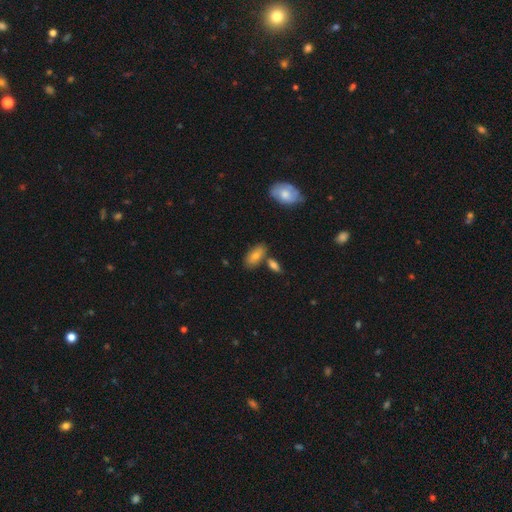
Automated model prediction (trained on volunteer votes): A smooth galaxy with no disk features (73%) that is in between round and cigar-shaped (89%).

Vote fractions:
- Smooth or featured? smooth: 73% / featured or disk: 19% / star or artifact: 8%
- How rounded? in between: 89% / cigar-shaped: 7% / round: 4%
- Merging? none: 66% / merger: 16% / minor disturbance: 14% / major disturbance: 4%